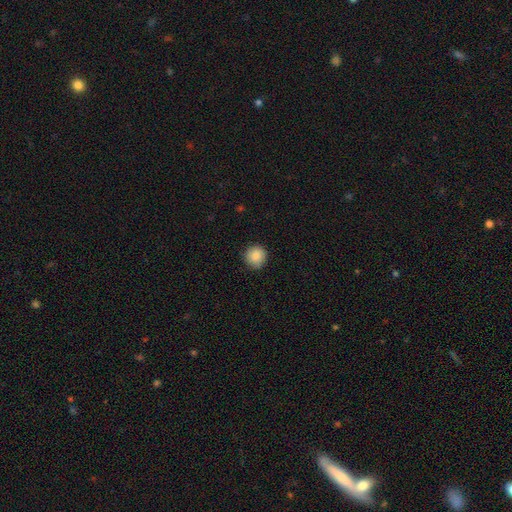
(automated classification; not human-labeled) Q: Smooth or featured?
A: smooth (89%); runner-up: star or artifact (8%)
Q: How rounded?
A: round (93%); runner-up: in between (6%)
Q: Merging?
A: none (89%); runner-up: minor disturbance (8%)